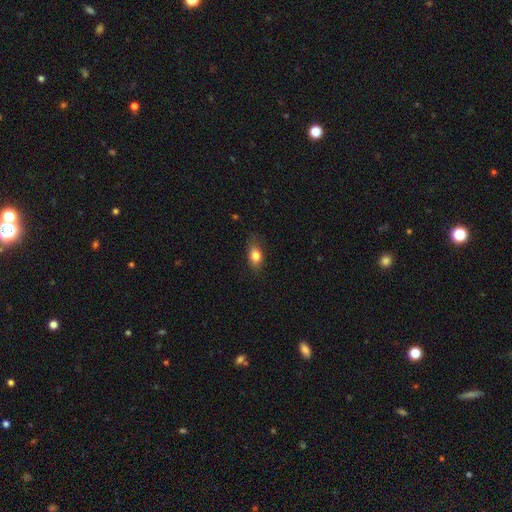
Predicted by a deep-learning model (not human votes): Morphology: type=smooth (81%); roundness=in between (80%); merging=none (75%).